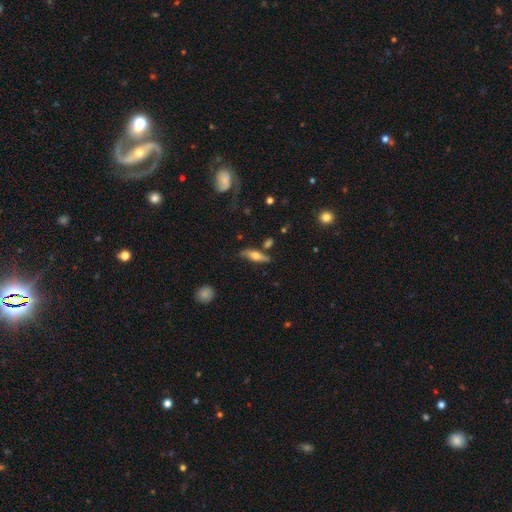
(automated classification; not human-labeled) smooth 53%, featured or disk 41%, star or artifact 6%. Down the decision tree: how rounded — cigar-shaped (51%); merging — none (68%).